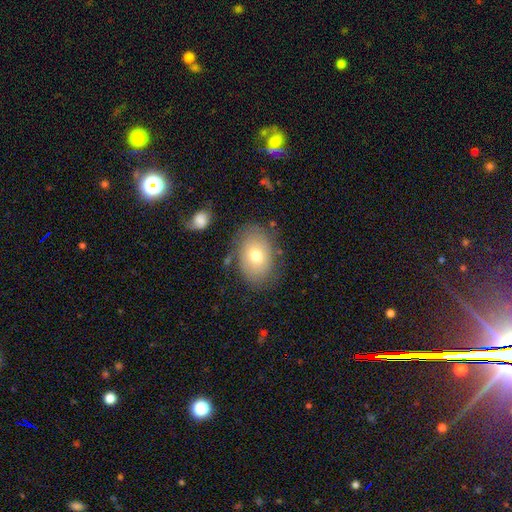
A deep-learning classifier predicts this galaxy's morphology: type=smooth (71%); roundness=in between (78%); merging=none (75%).